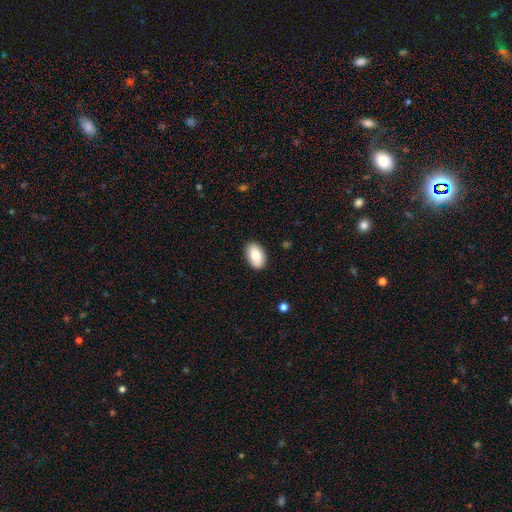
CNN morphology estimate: Smooth or featured?
  - smooth: 83% *
  - featured or disk: 11%
  - star or artifact: 7%
How rounded?
  - in between: 93% *
  - round: 6%
  - cigar-shaped: 1%
Merging?
  - none: 87% *
  - minor disturbance: 10%
  - major disturbance: 2%
  - merger: 1%